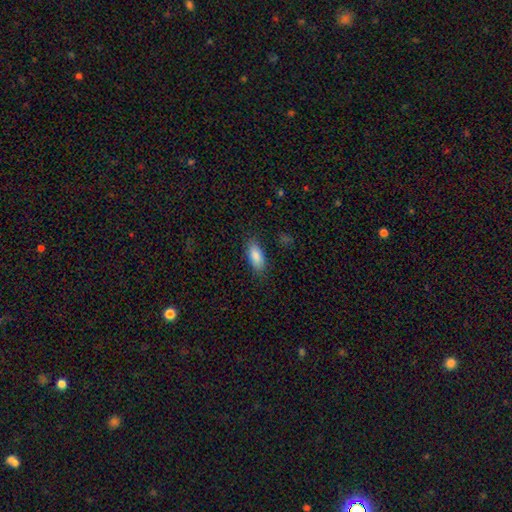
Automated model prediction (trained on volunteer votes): The model was most divided on "how rounded": in between: 84%, cigar-shaped: 13%, round: 2%. More confident: smooth or featured — smooth (87%); merging — none (83%).